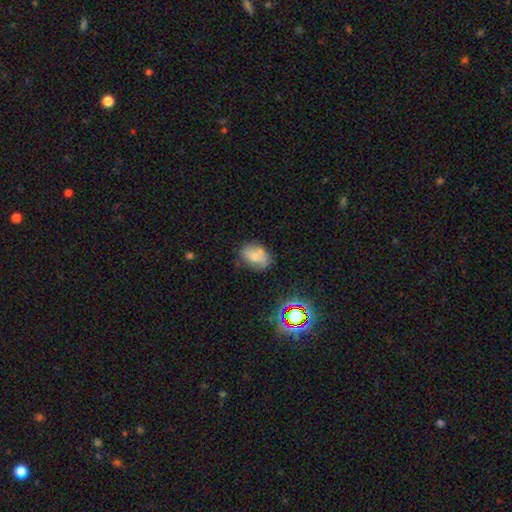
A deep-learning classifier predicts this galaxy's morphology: smooth 63%, featured or disk 24%, star or artifact 14%. Down the decision tree: how rounded — in between (76%); merging — none (54%).